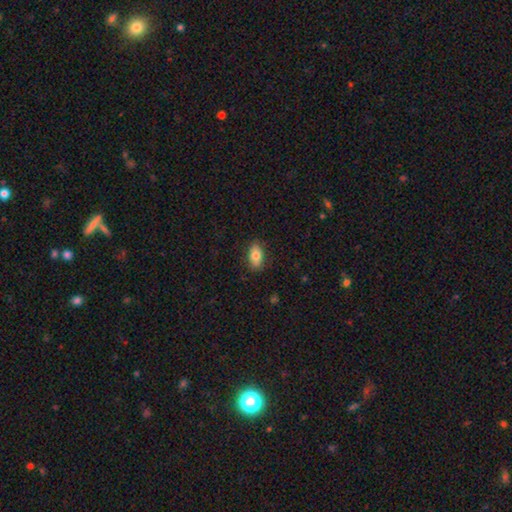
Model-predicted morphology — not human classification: smooth 79%, featured or disk 14%, star or artifact 7%. Down the decision tree: how rounded — in between (89%); merging — none (84%).